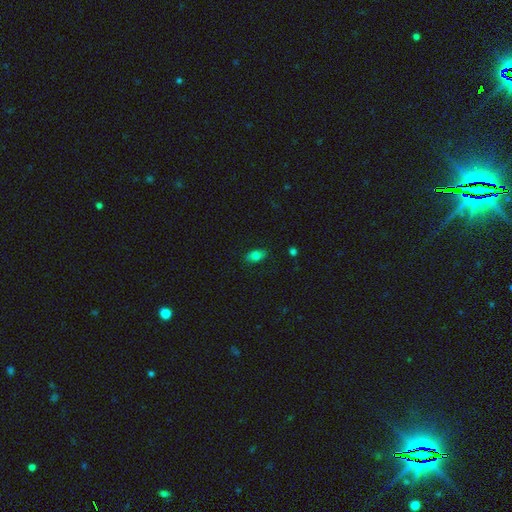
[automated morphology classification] The model was most divided on "smooth or featured": smooth: 79%, featured or disk: 12%, star or artifact: 9%. More confident: how rounded — in between (89%); merging — none (85%).